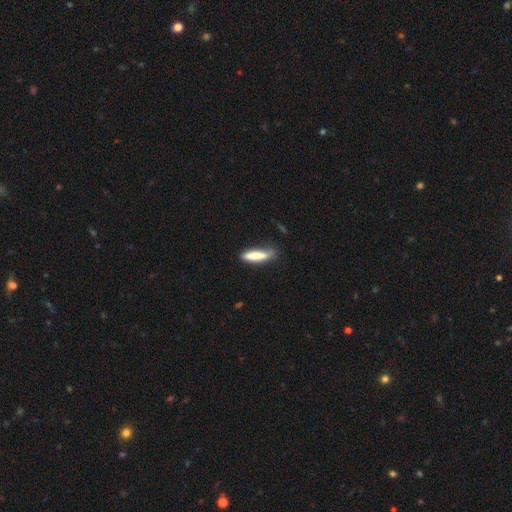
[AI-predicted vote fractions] This appears to be a smooth galaxy with no disk features (78%) that is cigar-shaped (81%). Merging: none (68%).